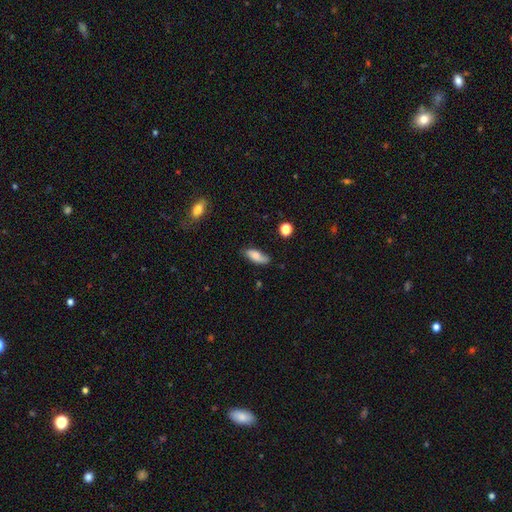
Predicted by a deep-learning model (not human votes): smooth_or_featured: smooth (p=0.73) [alt: featured or disk p=0.19]
how_rounded: in between (p=0.76) [alt: cigar-shaped p=0.21]
merging: none (p=0.68) [alt: minor disturbance p=0.24]